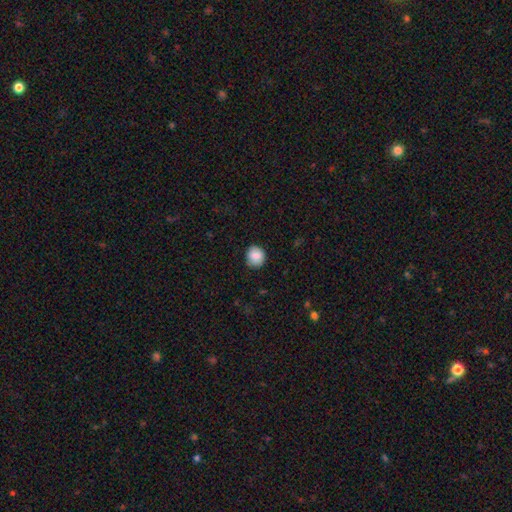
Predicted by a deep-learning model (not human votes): Smooth or featured? Predicted: smooth (p=0.87). How rounded? Predicted: round (p=0.81). Merging? Predicted: none (p=0.86).